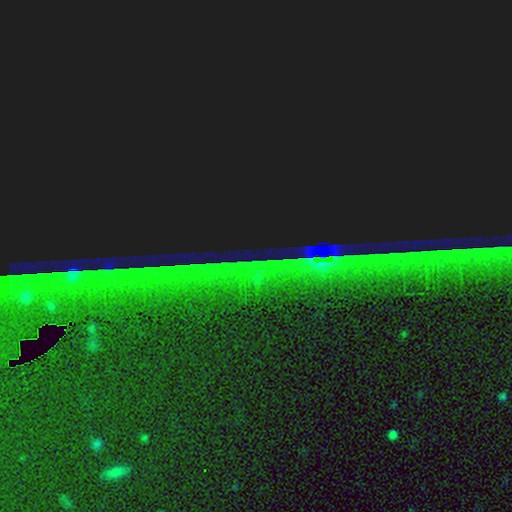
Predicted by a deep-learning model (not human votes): A star or artifact, not a galaxy (87%).

Vote fractions:
- Smooth or featured? star or artifact: 87% / featured or disk: 7% / smooth: 6%